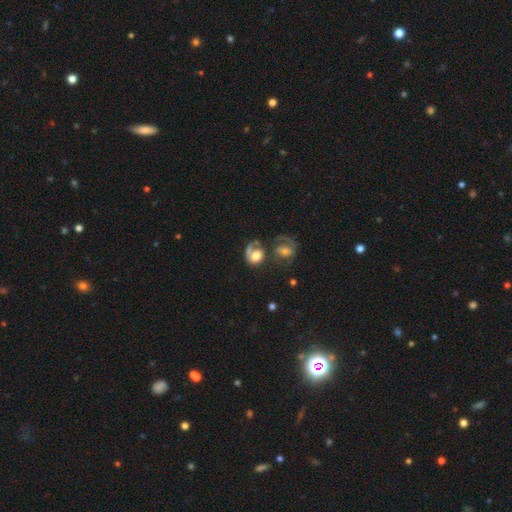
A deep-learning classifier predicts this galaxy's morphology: smooth_or_featured: smooth (p=0.49) [alt: featured or disk p=0.42]
merging: merger (p=0.42) [alt: major disturbance p=0.25]